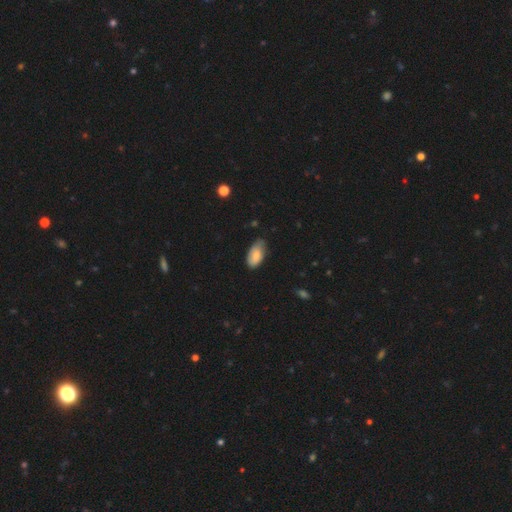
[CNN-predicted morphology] Q: Smooth or featured?
A: smooth (77%); runner-up: featured or disk (17%)
Q: How rounded?
A: in between (94%); runner-up: cigar-shaped (3%)
Q: Merging?
A: none (65%); runner-up: minor disturbance (29%)